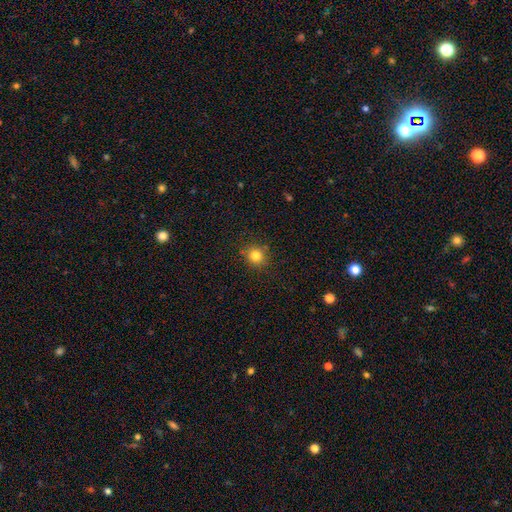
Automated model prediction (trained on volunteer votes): Smooth or featured? Predicted: smooth (p=0.82). How rounded? Predicted: round (p=0.86). Merging? Predicted: none (p=0.86).